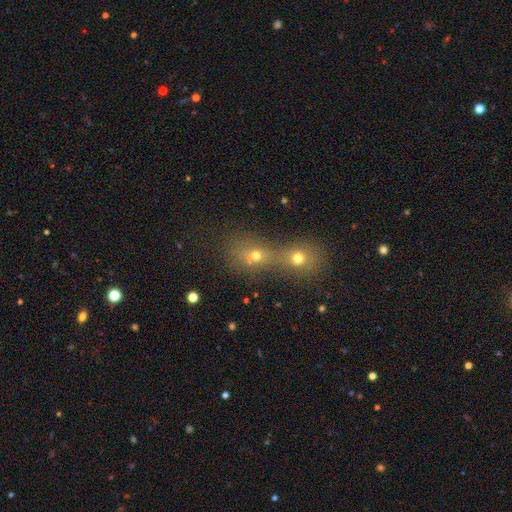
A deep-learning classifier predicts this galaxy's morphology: smooth_or_featured: smooth (p=0.62) [alt: star or artifact p=0.22]
how_rounded: round (p=0.64) [alt: in between p=0.33]
merging: merger (p=0.71) [alt: none p=0.21]